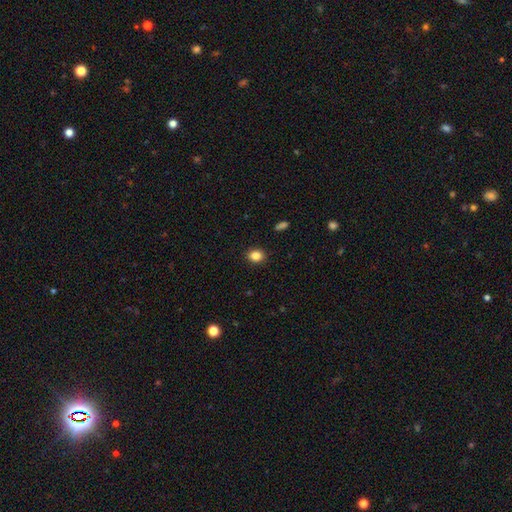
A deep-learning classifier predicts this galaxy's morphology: type=smooth (84%); roundness=round (57%); merging=none (91%).